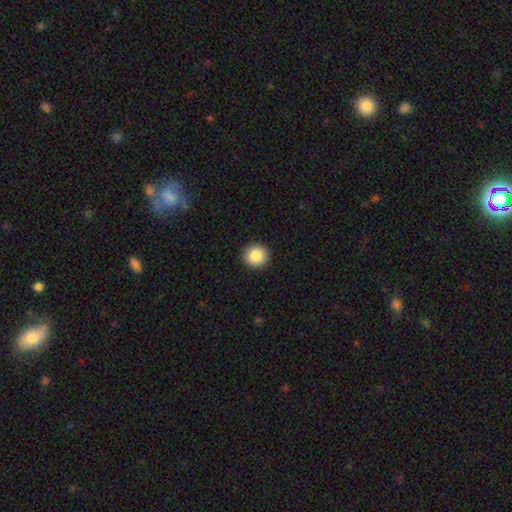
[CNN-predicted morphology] A smooth galaxy with no disk features (86%) that is round (93%). Merging: none (93%).